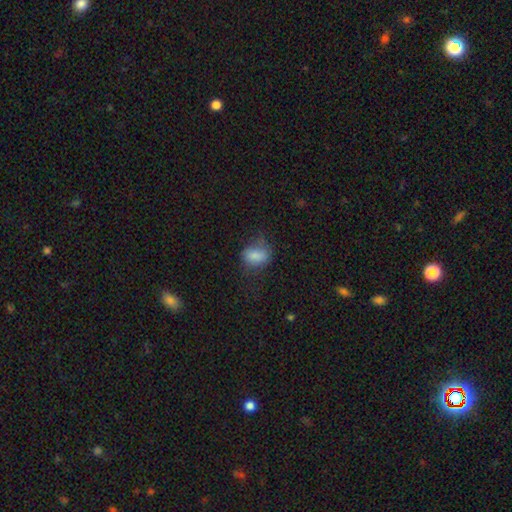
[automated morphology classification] A smooth galaxy with no disk features (80%) that is in between round and cigar-shaped (76%). Merging: none (57%).